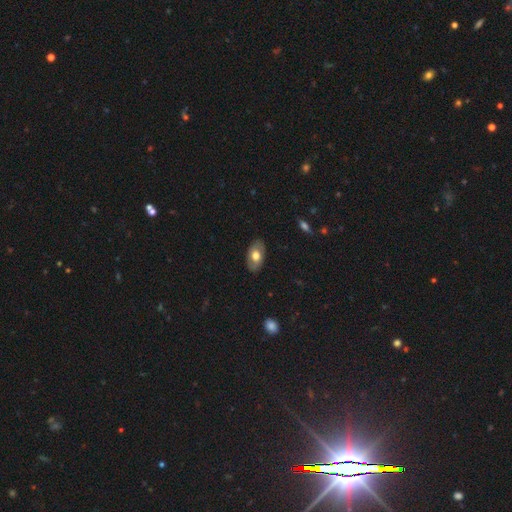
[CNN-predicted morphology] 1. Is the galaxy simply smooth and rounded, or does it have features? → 61% smooth, 33% featured or disk, 6% star or artifact.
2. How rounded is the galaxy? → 92% in between, 6% round, 2% cigar-shaped.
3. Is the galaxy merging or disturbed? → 85% none, 12% minor disturbance, 3% major disturbance, 1% merger.